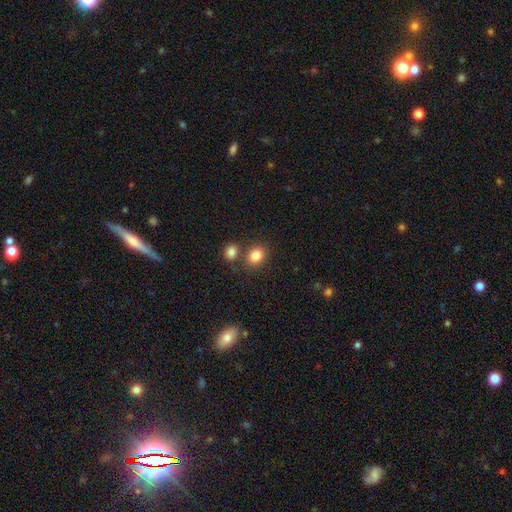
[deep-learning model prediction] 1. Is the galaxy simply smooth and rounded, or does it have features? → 83% smooth, 10% star or artifact, 6% featured or disk.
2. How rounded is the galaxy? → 59% round, 40% in between, 1% cigar-shaped.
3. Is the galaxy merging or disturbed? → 67% none, 20% merger, 10% minor disturbance, 3% major disturbance.